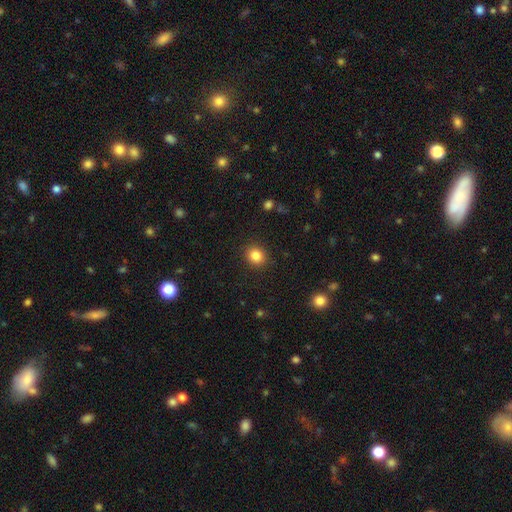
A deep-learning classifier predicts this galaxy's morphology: A smooth galaxy with no disk features (84%) that is round (77%). Merging: none (90%).